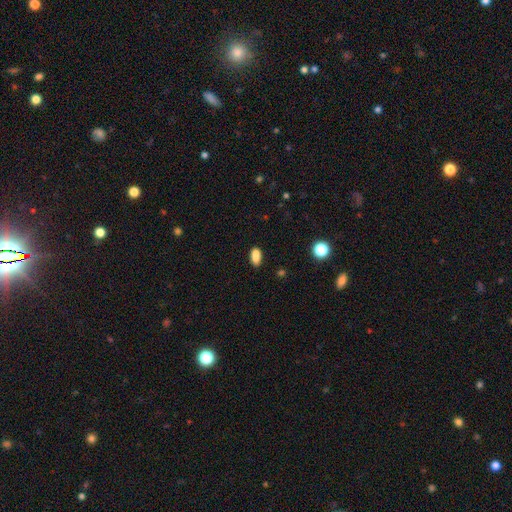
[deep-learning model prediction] smooth 82%, star or artifact 10%, featured or disk 8%. Down the decision tree: how rounded — in between (86%); merging — none (64%).